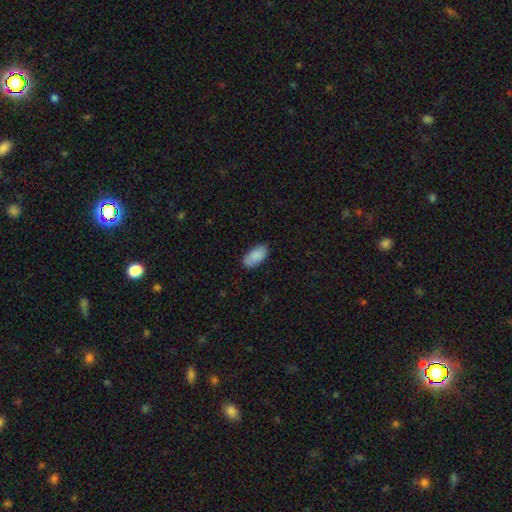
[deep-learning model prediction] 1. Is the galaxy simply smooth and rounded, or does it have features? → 89% smooth, 6% star or artifact, 5% featured or disk.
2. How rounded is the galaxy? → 94% in between, 4% cigar-shaped, 2% round.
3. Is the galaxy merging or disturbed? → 84% none, 12% minor disturbance, 2% major disturbance, 1% merger.